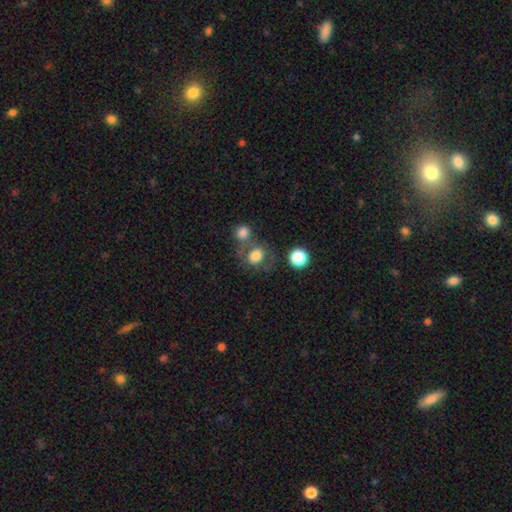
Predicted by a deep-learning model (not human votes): Q: Smooth or featured?
A: smooth (70%); runner-up: featured or disk (20%)
Q: How rounded?
A: round (58%); runner-up: in between (41%)
Q: Merging?
A: none (48%); runner-up: merger (27%)